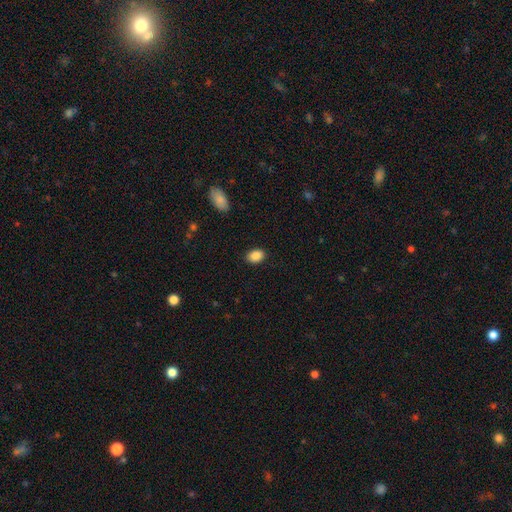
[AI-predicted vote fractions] Smooth or featured? smooth (88%)
How rounded? in between (81%)
Merging? none (88%)